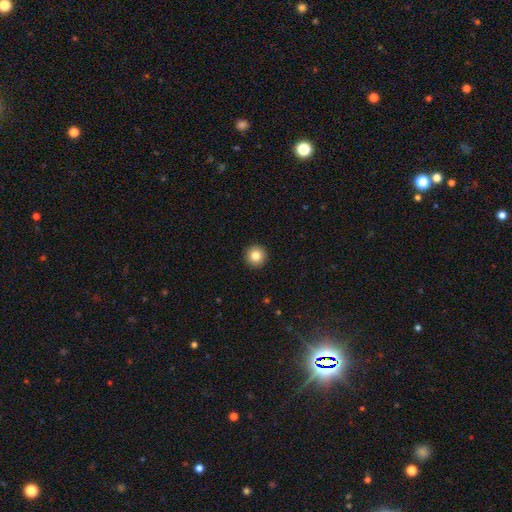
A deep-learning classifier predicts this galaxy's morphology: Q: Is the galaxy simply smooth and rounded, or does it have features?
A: smooth — 83%.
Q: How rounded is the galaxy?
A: round — 96%.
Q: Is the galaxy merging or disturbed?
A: none — 94%.